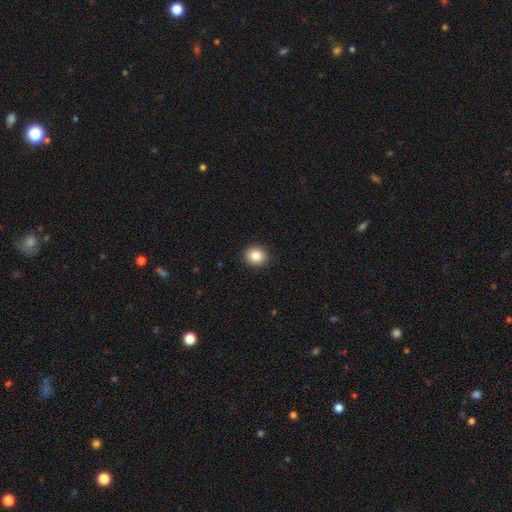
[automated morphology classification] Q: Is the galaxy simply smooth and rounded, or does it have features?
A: smooth — 86%.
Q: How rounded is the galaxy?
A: round — 74%.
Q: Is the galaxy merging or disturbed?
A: none — 91%.